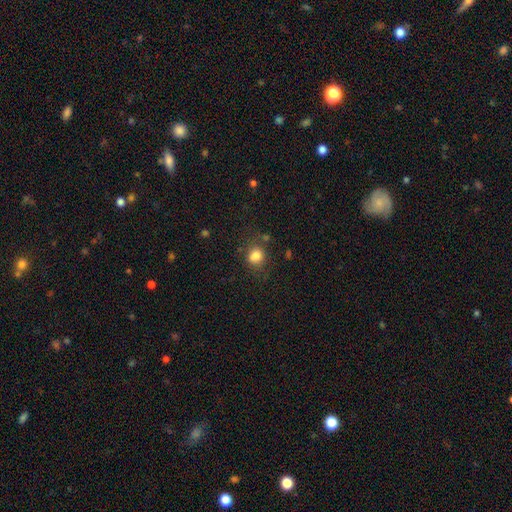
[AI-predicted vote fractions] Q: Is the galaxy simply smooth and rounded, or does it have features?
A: smooth — 82%.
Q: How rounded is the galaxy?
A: round — 72%.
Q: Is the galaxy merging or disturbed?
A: none — 72%.